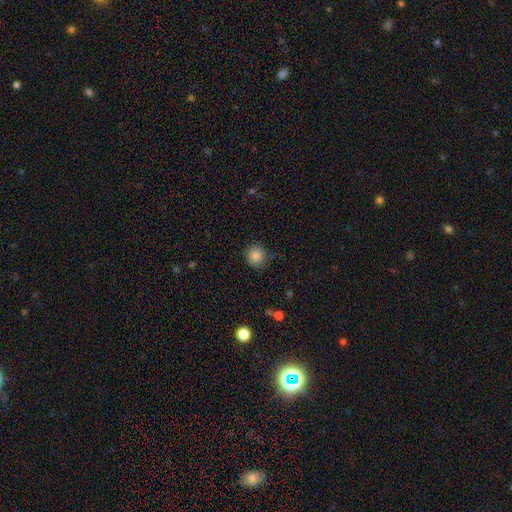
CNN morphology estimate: A smooth galaxy with no disk features (85%) that is round (90%). Merging: none (83%).